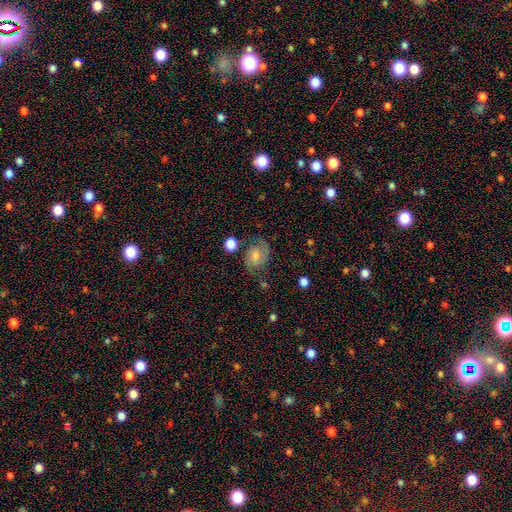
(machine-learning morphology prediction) smooth-or-featured: featured or disk: 71% | smooth: 18% | star or artifact: 11%
  disk-edge-on: no: 97% | yes: 3%
    bar: no: 62% | weak: 32% | strong: 5%
    has-spiral-arms: yes: 94% | no: 6%
      spiral-winding: medium: 46% | tight: 38% | loose: 15%
      spiral-arm-count: 2: 80% | can't tell: 9% | 1: 6% | 3: 2% | 4: 1% | more than 4: 1%
    bulge-size: moderate: 47% | small: 39% | none: 7% | large: 5% | dominant: 2%
  merging: none: 73% | minor disturbance: 17% | major disturbance: 8% | merger: 3%